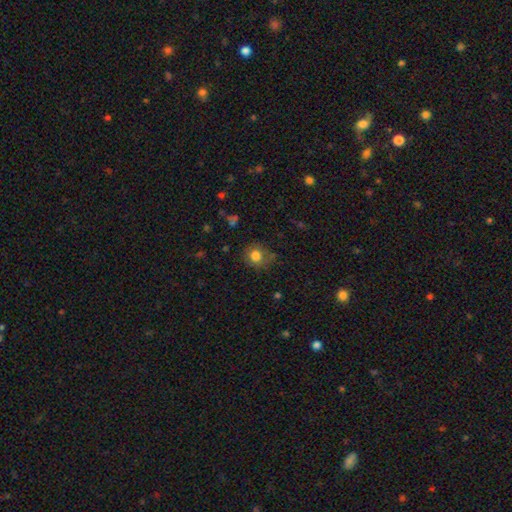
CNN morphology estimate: smooth-or-featured: smooth: 80% | star or artifact: 11% | featured or disk: 9%
  how-rounded: round: 83% | in between: 16% | cigar-shaped: 1%
  merging: none: 71% | minor disturbance: 20% | major disturbance: 7% | merger: 2%